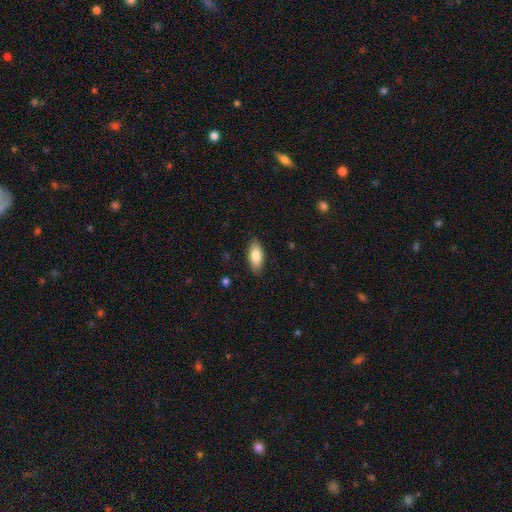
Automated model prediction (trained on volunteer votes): smooth 82%, featured or disk 12%, star or artifact 6%. Down the decision tree: how rounded — in between (86%); merging — none (87%).